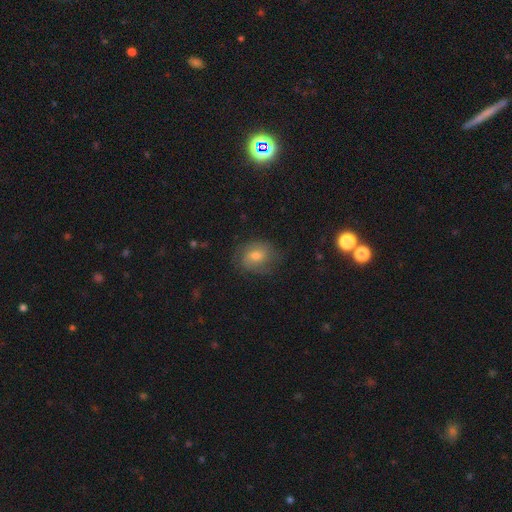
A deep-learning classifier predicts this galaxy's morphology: Smooth or featured?
  - featured or disk: 45% *
  - smooth: 40%
  - star or artifact: 15%
Merging?
  - none: 72% *
  - minor disturbance: 19%
  - major disturbance: 8%
  - merger: 1%